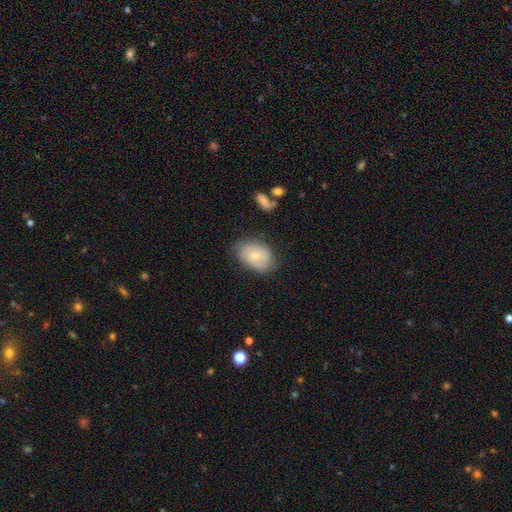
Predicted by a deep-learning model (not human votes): featured or disk 48%, smooth 45%, star or artifact 7%. Down the decision tree: merging — none (66%).